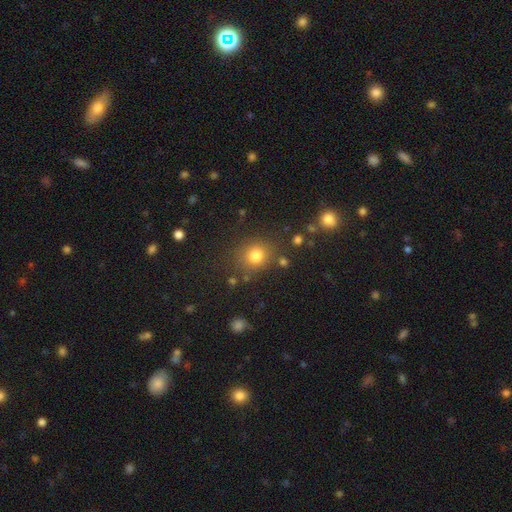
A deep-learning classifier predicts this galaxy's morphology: This is likely a smooth galaxy (79%). How rounded: clearly round (82%). Merging: likely none (78%).